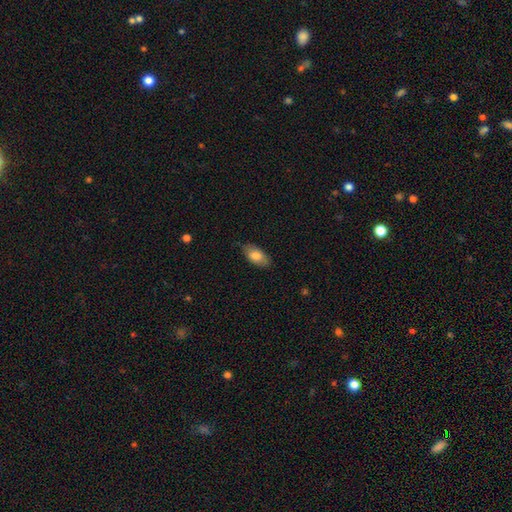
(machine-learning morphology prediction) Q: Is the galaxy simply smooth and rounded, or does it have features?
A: smooth — 78%.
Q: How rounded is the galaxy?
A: in between — 92%.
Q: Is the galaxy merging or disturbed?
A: none — 79%.